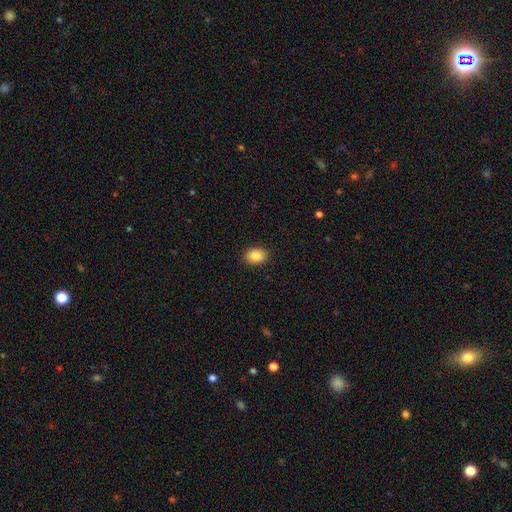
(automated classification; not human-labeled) Q: Smooth or featured?
A: smooth (86%); runner-up: star or artifact (8%)
Q: How rounded?
A: in between (71%); runner-up: round (28%)
Q: Merging?
A: none (89%); runner-up: minor disturbance (8%)